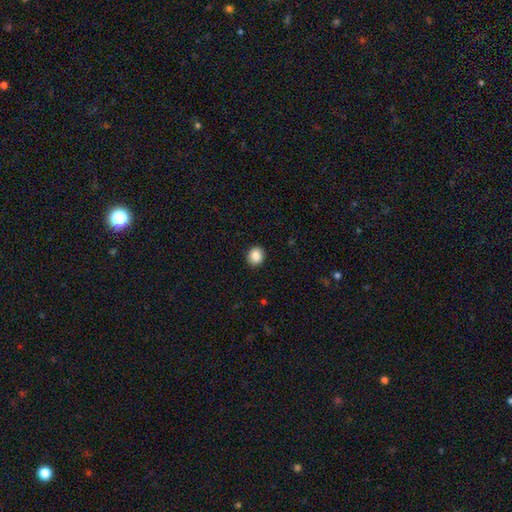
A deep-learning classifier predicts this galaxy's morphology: The model was most divided on "how rounded": round: 72%, in between: 27%, cigar-shaped: 1%. More confident: merging — none (91%); smooth or featured — smooth (87%).